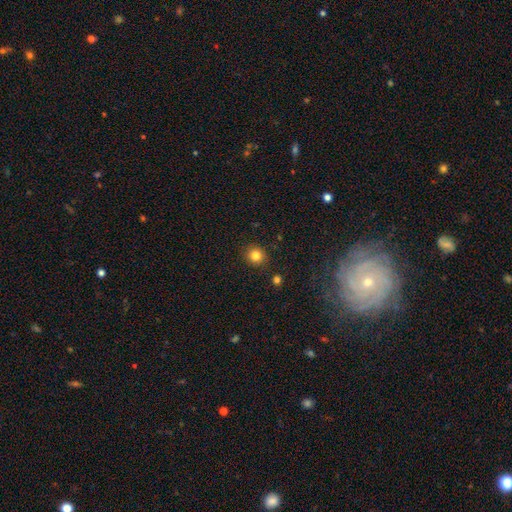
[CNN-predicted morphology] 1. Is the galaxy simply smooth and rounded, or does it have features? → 82% smooth, 12% star or artifact, 6% featured or disk.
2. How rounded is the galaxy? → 87% round, 12% in between, 1% cigar-shaped.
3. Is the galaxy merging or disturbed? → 89% none, 7% minor disturbance, 2% merger, 2% major disturbance.